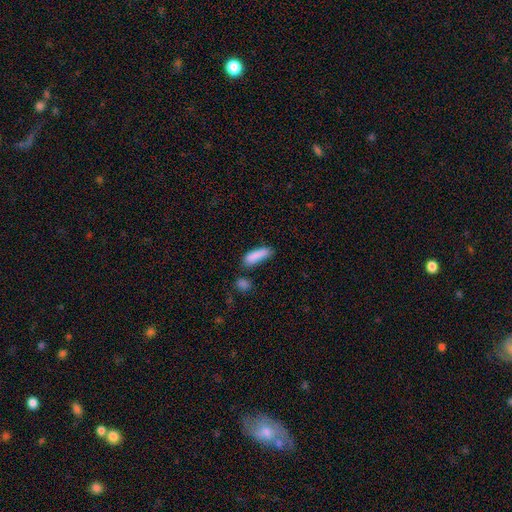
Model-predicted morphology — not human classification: Smooth or featured? Predicted: smooth (p=0.87). How rounded? Predicted: cigar-shaped (p=0.55). Merging? Predicted: none (p=0.65).